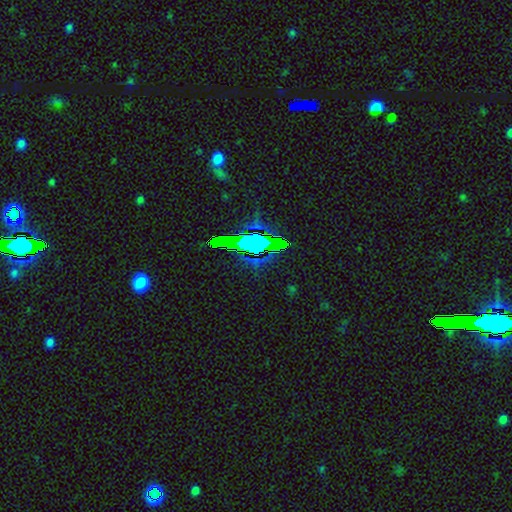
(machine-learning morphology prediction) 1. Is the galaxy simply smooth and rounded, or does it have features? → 74% star or artifact, 14% smooth, 12% featured or disk.